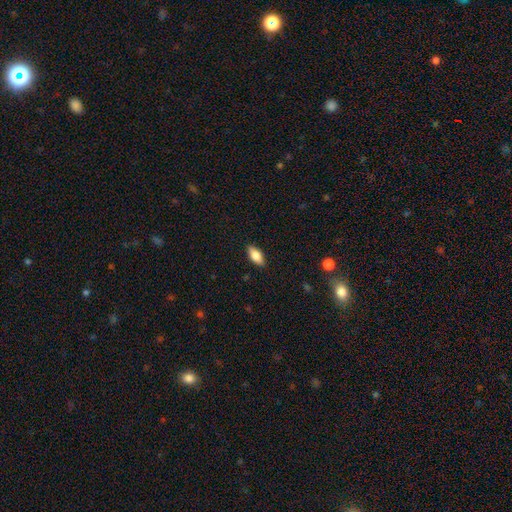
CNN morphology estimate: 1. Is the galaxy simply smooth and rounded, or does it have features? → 78% smooth, 15% featured or disk, 7% star or artifact.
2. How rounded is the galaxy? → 86% in between, 11% cigar-shaped, 3% round.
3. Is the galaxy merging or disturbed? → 87% none, 10% minor disturbance, 2% major disturbance, 1% merger.